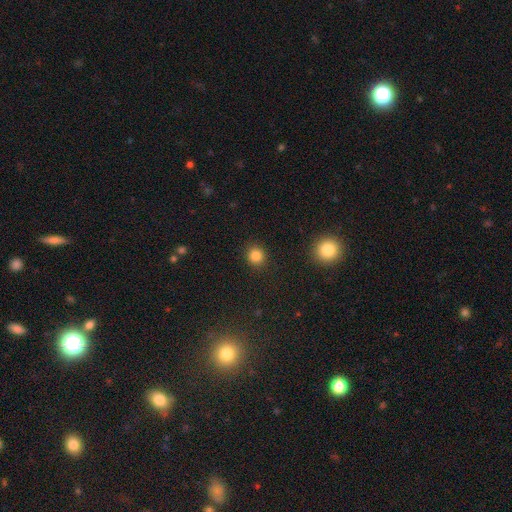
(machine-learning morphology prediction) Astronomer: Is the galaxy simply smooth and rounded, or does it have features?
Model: smooth — 84%.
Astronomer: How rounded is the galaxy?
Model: round — 87%.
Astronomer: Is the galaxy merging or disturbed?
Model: none — 90%.